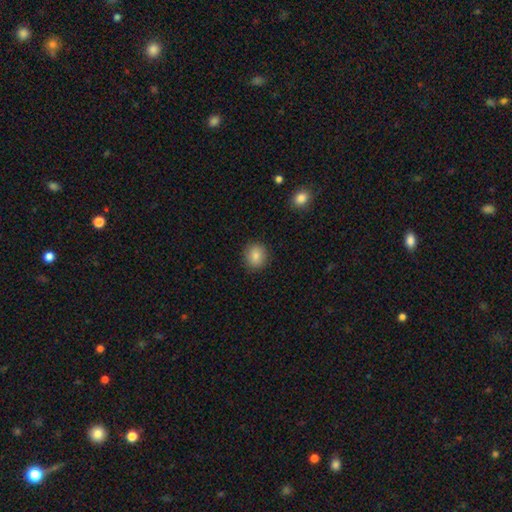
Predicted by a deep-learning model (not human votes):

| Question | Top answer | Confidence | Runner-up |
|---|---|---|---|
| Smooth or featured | smooth | 85% | star or artifact (9%) |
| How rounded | round | 79% | in between (20%) |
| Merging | none | 90% | minor disturbance (7%) |